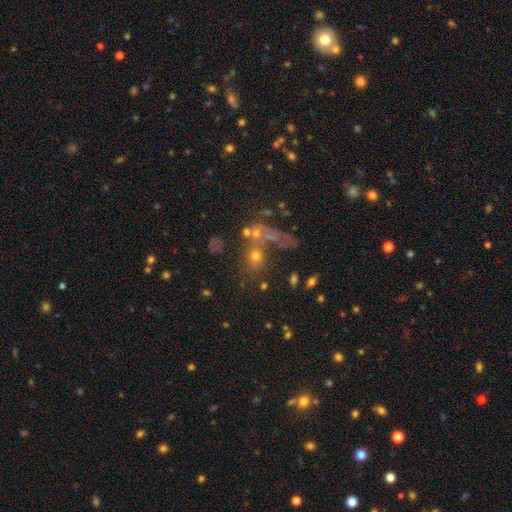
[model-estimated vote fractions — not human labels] The model was most divided on "merging": none: 40%, merger: 30%, major disturbance: 18%, minor disturbance: 12%. Remaining: smooth or featured — smooth (44%).